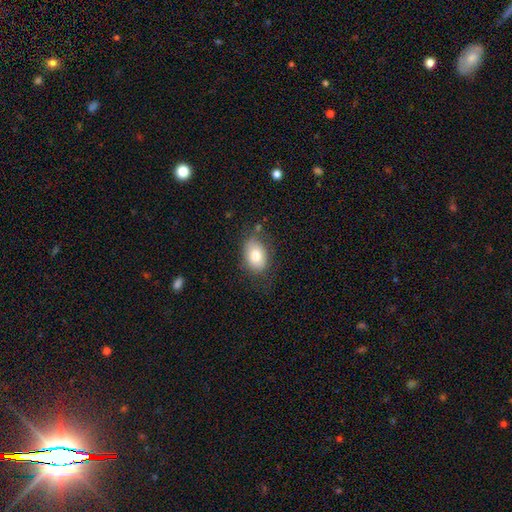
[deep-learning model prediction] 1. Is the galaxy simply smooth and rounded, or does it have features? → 78% smooth, 14% featured or disk, 8% star or artifact.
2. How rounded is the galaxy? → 83% in between, 16% round, 1% cigar-shaped.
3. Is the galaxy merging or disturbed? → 71% none, 21% minor disturbance, 6% major disturbance, 2% merger.